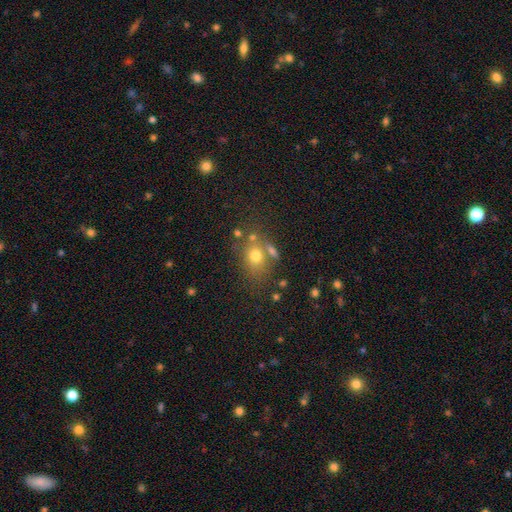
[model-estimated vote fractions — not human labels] smooth 71%, star or artifact 15%, featured or disk 15%. Down the decision tree: how rounded — in between (52%); merging — none (61%).